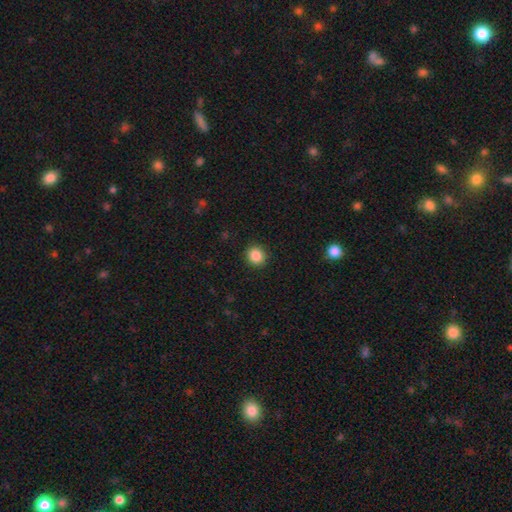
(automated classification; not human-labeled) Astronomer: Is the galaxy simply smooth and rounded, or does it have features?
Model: smooth — 86%.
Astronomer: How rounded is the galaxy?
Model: round — 86%.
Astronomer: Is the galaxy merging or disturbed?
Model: none — 91%.